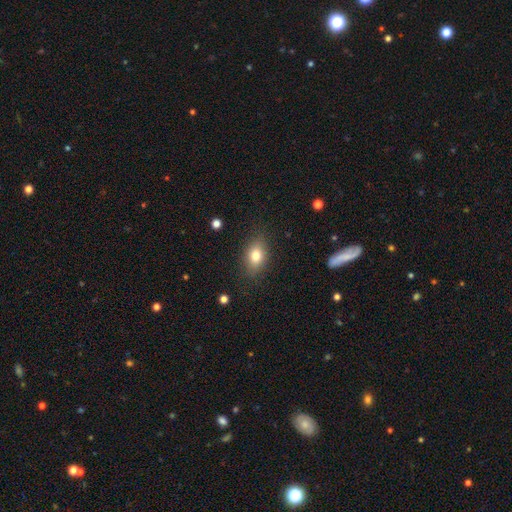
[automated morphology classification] Smooth or featured: smooth — 78% (featured or disk — 12%)
How rounded: in between — 79% (round — 19%)
Merging: none — 84% (minor disturbance — 12%)